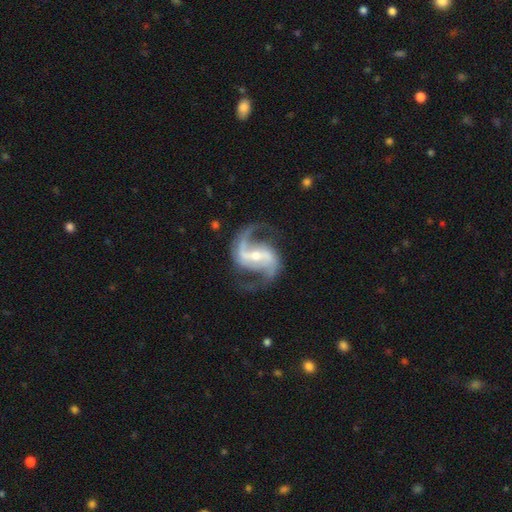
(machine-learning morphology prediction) Smooth or featured? Predicted: featured or disk (p=0.93). Edge-on disk? Predicted: no (p=0.98). Bar? Predicted: strong (p=0.51). Spiral arms? Predicted: yes (p=0.98). Spiral winding? Predicted: medium (p=0.50). Spiral arm count? Predicted: 2 (p=0.93). Bulge size? Predicted: small (p=0.54). Merging? Predicted: none (p=0.76).